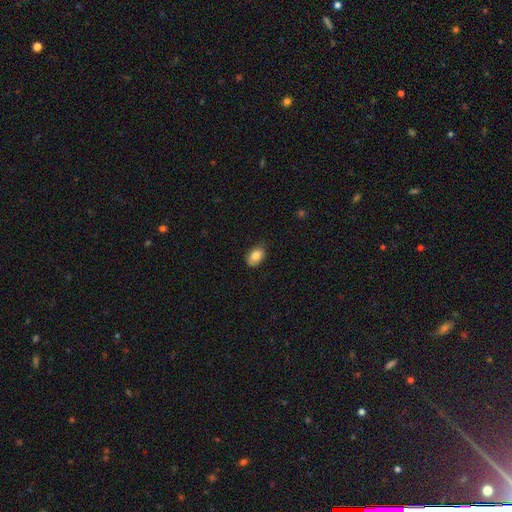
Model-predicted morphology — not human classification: Overall: smooth (84%). How rounded: in between (86%). Merging: none (78%).